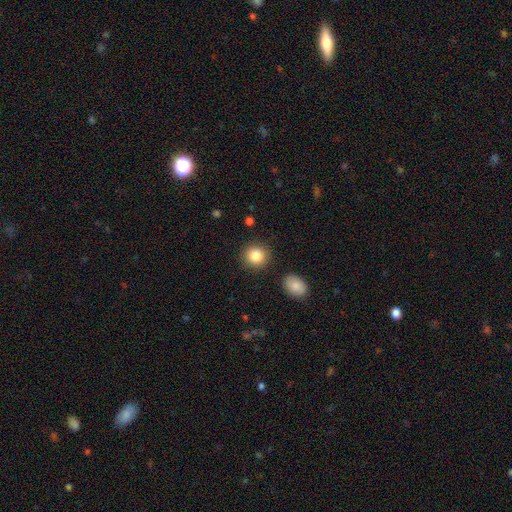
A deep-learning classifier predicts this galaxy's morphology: Smooth or featured: smooth — 85% (star or artifact — 9%)
How rounded: round — 89% (in between — 11%)
Merging: none — 88% (minor disturbance — 7%)